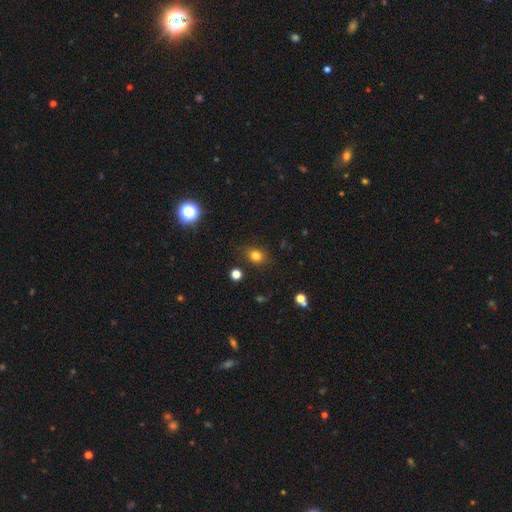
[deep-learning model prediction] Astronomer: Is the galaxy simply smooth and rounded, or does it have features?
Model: smooth — 79%.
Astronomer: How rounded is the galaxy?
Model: round — 54% (runner-up: in between, 44%).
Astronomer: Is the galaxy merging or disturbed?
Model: none — 83%.